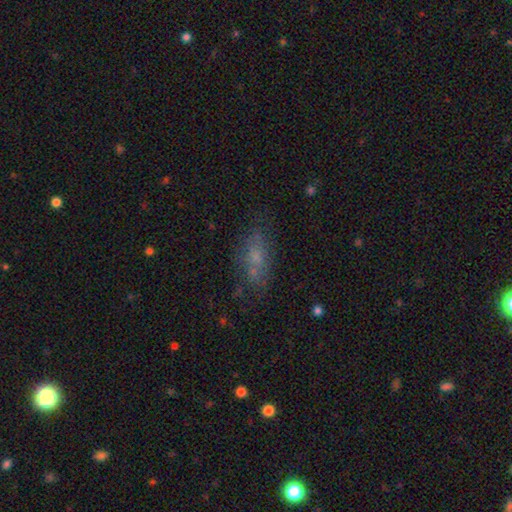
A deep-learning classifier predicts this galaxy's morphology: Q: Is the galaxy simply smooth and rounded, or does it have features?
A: smooth — 59%.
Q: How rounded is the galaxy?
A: in between — 73%.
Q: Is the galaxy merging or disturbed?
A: none — 64%.